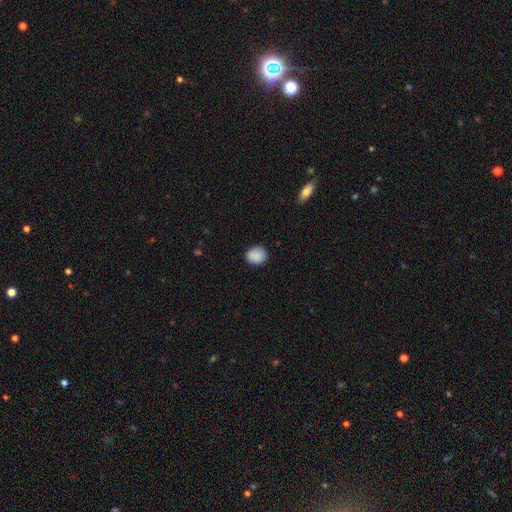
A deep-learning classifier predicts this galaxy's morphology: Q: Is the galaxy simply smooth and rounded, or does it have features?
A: smooth — 89%.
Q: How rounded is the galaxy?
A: round — 72%.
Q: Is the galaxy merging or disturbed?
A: none — 83%.